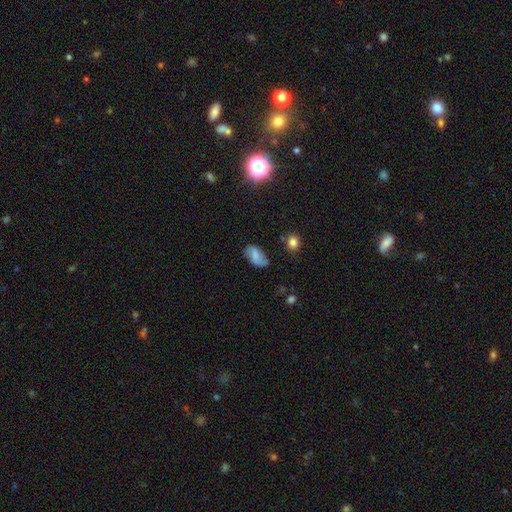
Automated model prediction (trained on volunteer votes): Q: Smooth or featured?
A: smooth (52%); runner-up: featured or disk (38%)
Q: How rounded?
A: in between (92%); runner-up: round (5%)
Q: Merging?
A: none (67%); runner-up: minor disturbance (24%)